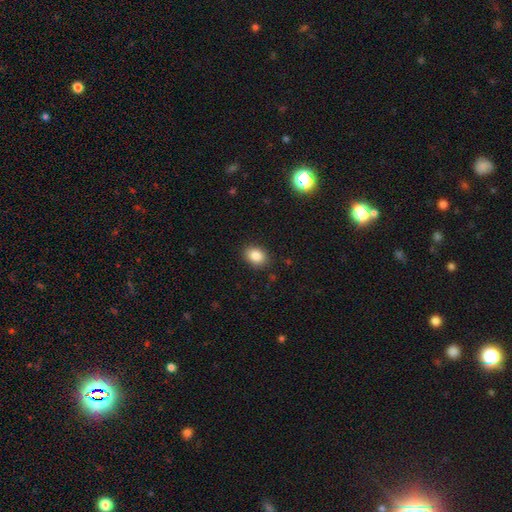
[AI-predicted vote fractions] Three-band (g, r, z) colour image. It shows a smooth galaxy with no disk features (85%) that is in between round and cigar-shaped (62%). Merging: none (88%).